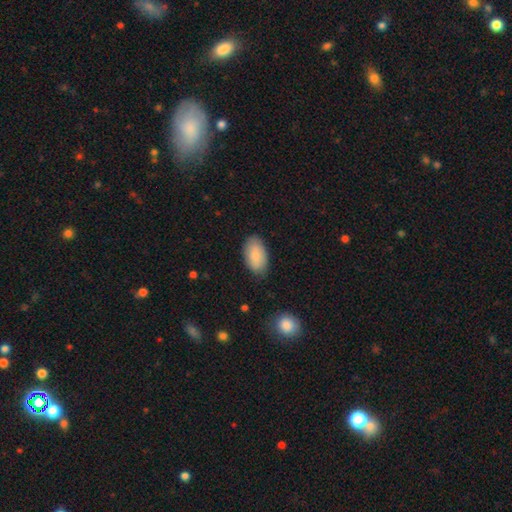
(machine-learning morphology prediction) type=smooth (83%); roundness=in between (95%); merging=none (81%).